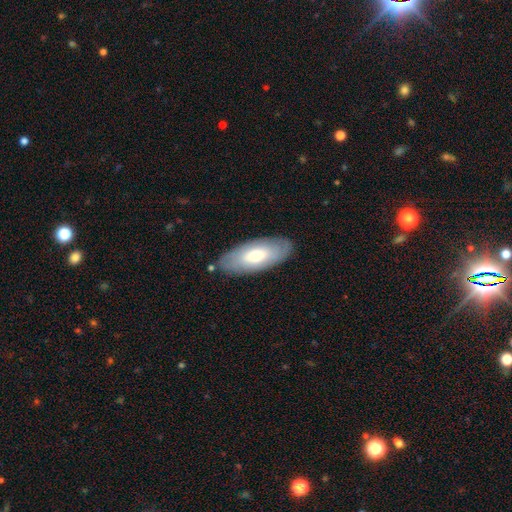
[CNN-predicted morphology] smooth-or-featured: smooth: 57% | featured or disk: 37% | star or artifact: 6%
  how-rounded: in between: 86% | cigar-shaped: 12% | round: 2%
  merging: none: 84% | minor disturbance: 11% | major disturbance: 3% | merger: 2%